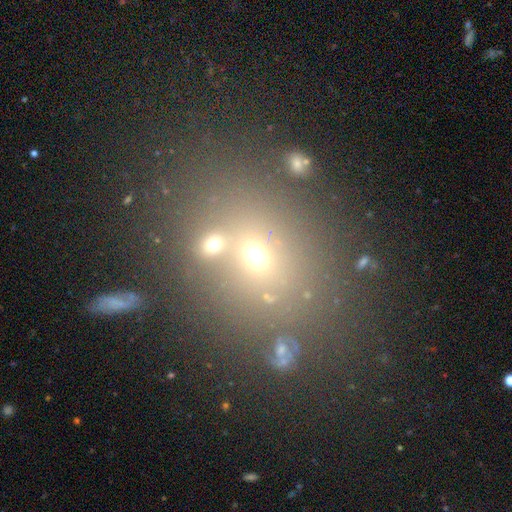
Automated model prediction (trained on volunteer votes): This is possibly a smooth galaxy (56%). How rounded: possibly round (57%). Merging: likely none (67%).